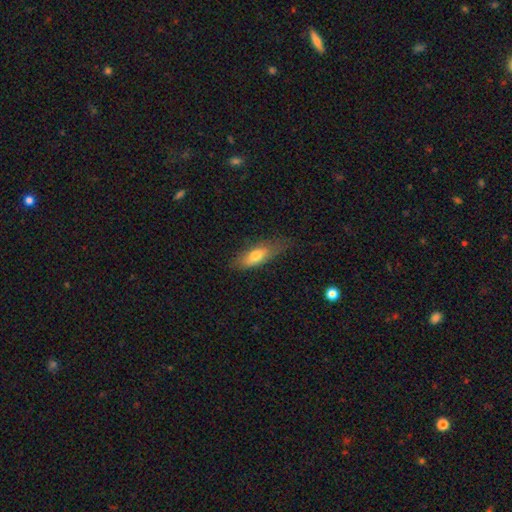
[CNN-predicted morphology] Overall: smooth (70%). How rounded: in between (68%; cigar-shaped 29%). Merging: none (65%; minor disturbance 26%).